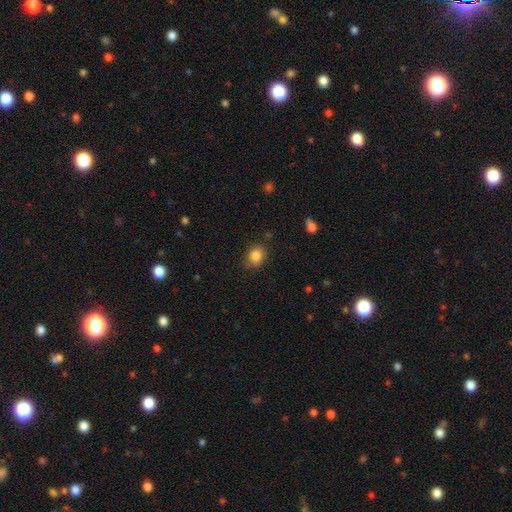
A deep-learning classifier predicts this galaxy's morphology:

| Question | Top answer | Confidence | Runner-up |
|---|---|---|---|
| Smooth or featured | smooth | 84% | star or artifact (10%) |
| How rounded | round | 62% | in between (37%) |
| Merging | none | 77% | minor disturbance (17%) |